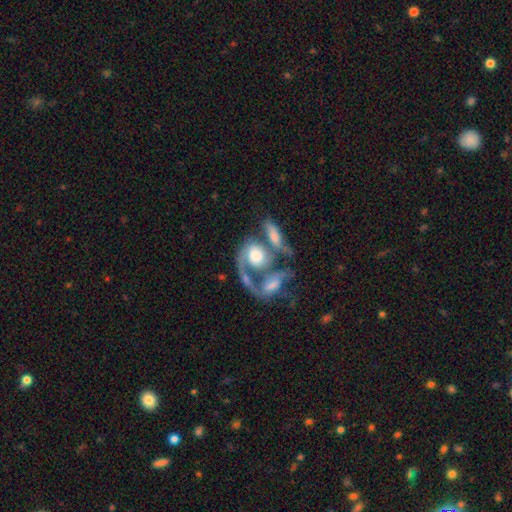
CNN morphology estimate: Smooth or featured? Predicted: featured or disk (p=0.69). Edge-on disk? Predicted: no (p=0.96). Bar? Predicted: no (p=0.71). Spiral arms? Predicted: yes (p=0.80). Spiral winding? Predicted: loose (p=0.38). Spiral arm count? Predicted: 1 (p=0.58). Bulge size? Predicted: large (p=0.41). Merging? Predicted: merger (p=0.62).